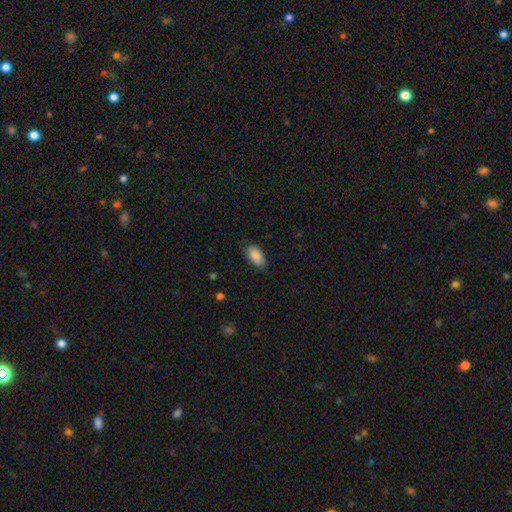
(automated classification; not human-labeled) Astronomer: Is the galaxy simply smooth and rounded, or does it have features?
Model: smooth — 88%.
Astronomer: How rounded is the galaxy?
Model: in between — 93%.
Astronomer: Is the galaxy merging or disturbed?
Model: none — 82%.